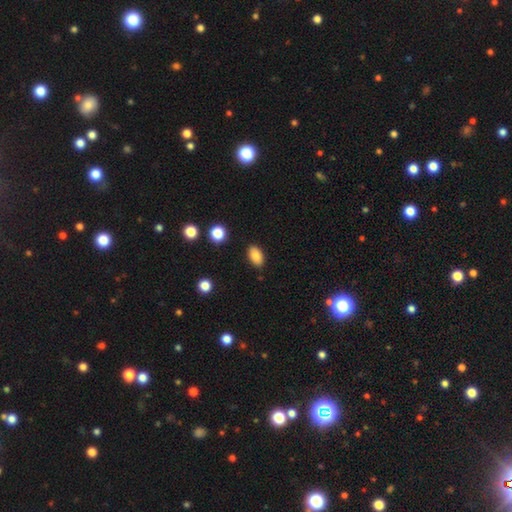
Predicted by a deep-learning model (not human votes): Morphology: type=smooth (85%); roundness=in between (91%); merging=none (87%).